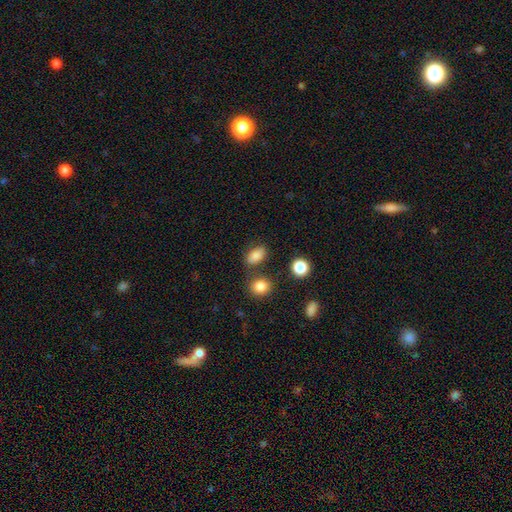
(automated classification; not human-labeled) Smooth or featured? Predicted: smooth (p=0.83). How rounded? Predicted: in between (p=0.83). Merging? Predicted: none (p=0.75).